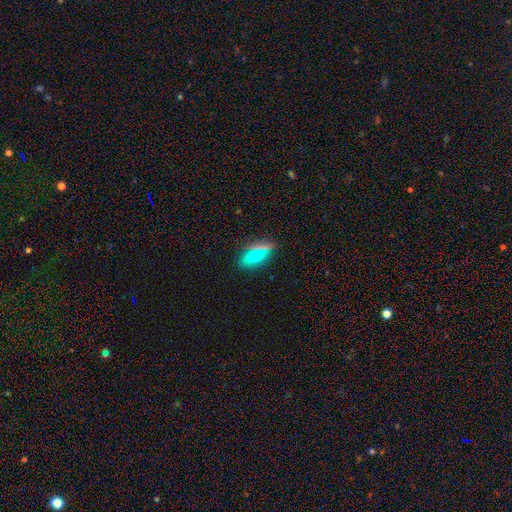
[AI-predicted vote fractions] Morphology: type=smooth (71%); roundness=in between (70%); merging=none (81%).